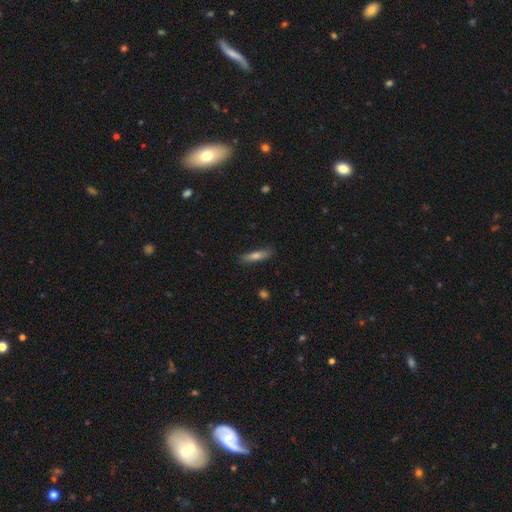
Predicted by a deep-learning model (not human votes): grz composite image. It shows a smooth galaxy with no disk features (67%) that is cigar-shaped (76%). Merging: none (86%).